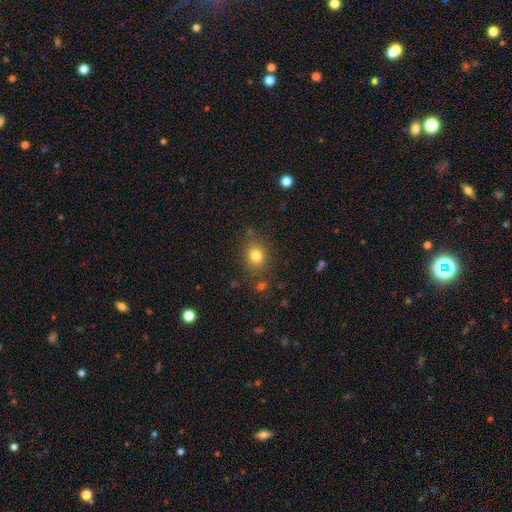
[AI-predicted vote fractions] Morphology: type=smooth (79%); roundness=round (65%); merging=none (81%).